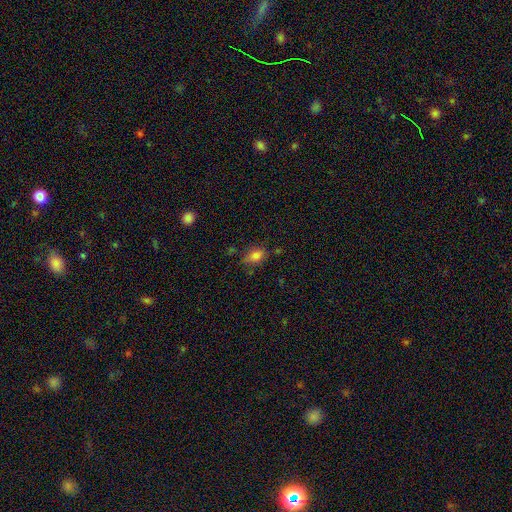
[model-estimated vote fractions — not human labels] smooth_or_featured: smooth (p=0.78) [alt: star or artifact p=0.12]
how_rounded: in between (p=0.79) [alt: round p=0.18]
merging: none (p=0.65) [alt: minor disturbance p=0.23]